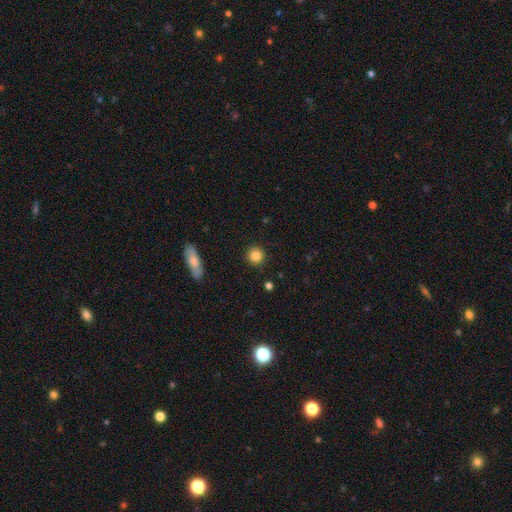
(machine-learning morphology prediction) smooth-or-featured: smooth: 85% | star or artifact: 10% | featured or disk: 5%
  how-rounded: round: 93% | in between: 6% | cigar-shaped: 1%
  merging: none: 91% | minor disturbance: 6% | major disturbance: 2% | merger: 1%